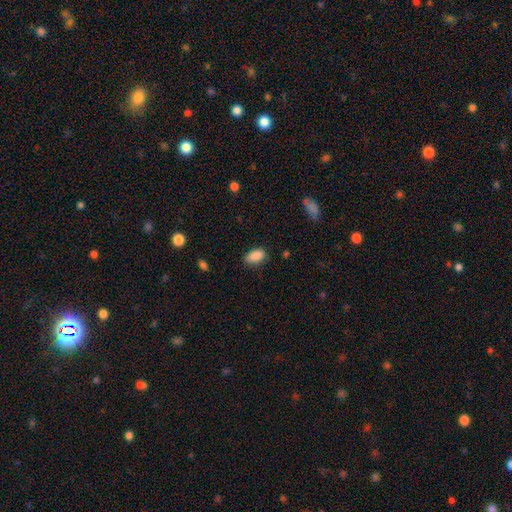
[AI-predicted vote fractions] A smooth galaxy with no disk features (88%) that is in between round and cigar-shaped (92%).

Vote fractions:
- Smooth or featured? smooth: 88% / star or artifact: 7% / featured or disk: 4%
- How rounded? in between: 92% / round: 5% / cigar-shaped: 3%
- Merging? none: 77% / minor disturbance: 19% / major disturbance: 4% / merger: 1%